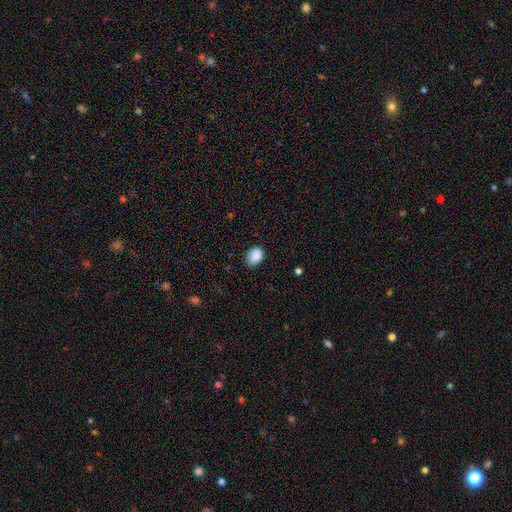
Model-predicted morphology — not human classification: A smooth galaxy with no disk features (88%) that is in between round and cigar-shaped (63%).

Vote fractions:
- Smooth or featured? smooth: 88% / star or artifact: 8% / featured or disk: 4%
- How rounded? in between: 63% / round: 36% / cigar-shaped: 1%
- Merging? none: 77% / minor disturbance: 18% / major disturbance: 3% / merger: 1%